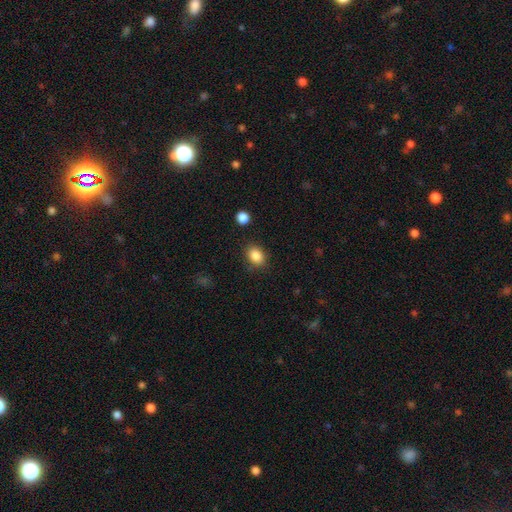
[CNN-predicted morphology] smooth-or-featured: smooth: 86% | star or artifact: 9% | featured or disk: 4%
  how-rounded: in between: 64% | round: 35% | cigar-shaped: 1%
  merging: none: 84% | minor disturbance: 10% | major disturbance: 3% | merger: 2%